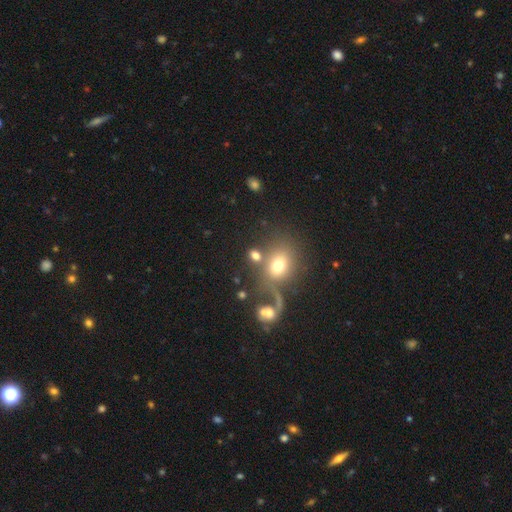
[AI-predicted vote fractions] smooth_or_featured: smooth (p=0.68) [alt: featured or disk p=0.17]
how_rounded: round (p=0.55) [alt: in between p=0.42]
merging: none (p=0.48) [alt: merger p=0.29]